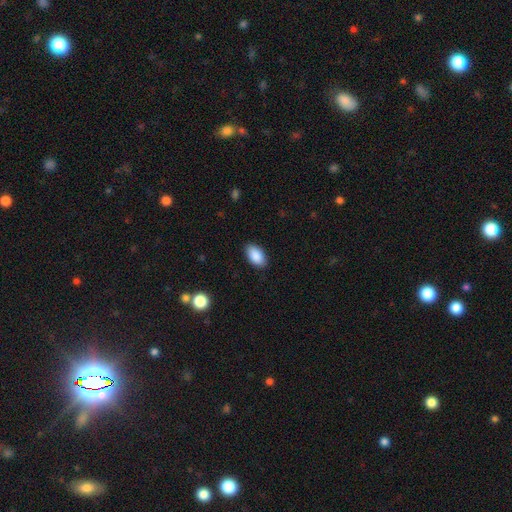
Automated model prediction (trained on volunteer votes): Overall: smooth (90%). How rounded: in between (94%). Merging: none (87%).